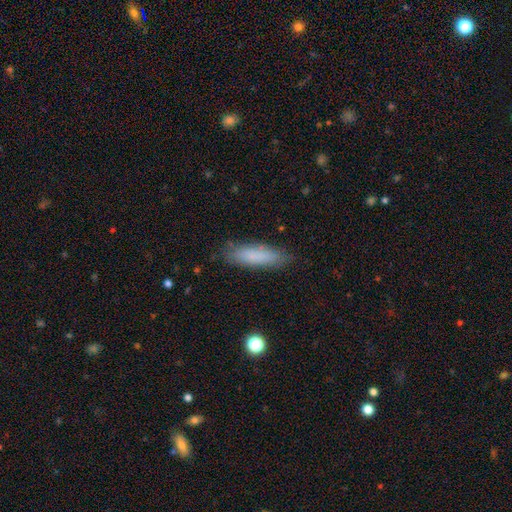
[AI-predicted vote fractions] Smooth or featured?
  - smooth: 82% *
  - featured or disk: 11%
  - star or artifact: 7%
How rounded?
  - cigar-shaped: 63% *
  - in between: 35%
  - round: 2%
Merging?
  - none: 85% *
  - minor disturbance: 12%
  - major disturbance: 3%
  - merger: 1%